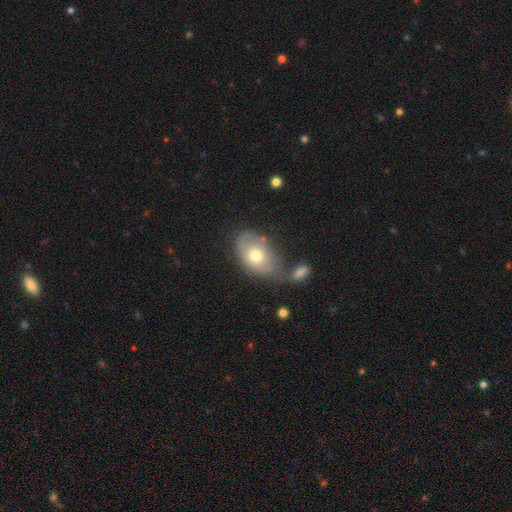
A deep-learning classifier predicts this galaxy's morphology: This is likely a smooth galaxy (65%). How rounded: clearly in between (86%). Merging: marginally none (40%).